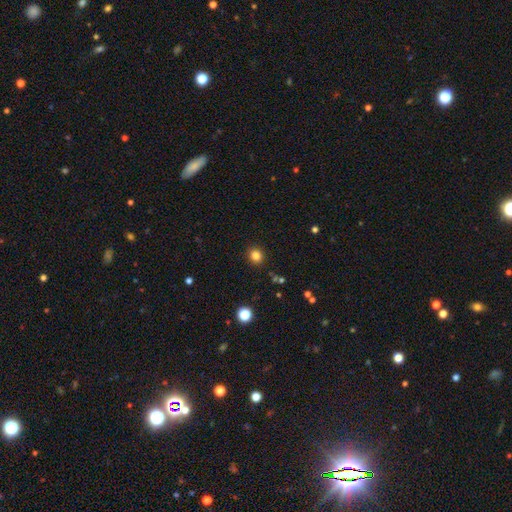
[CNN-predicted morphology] smooth_or_featured: smooth (p=0.83) [alt: star or artifact p=0.13]
how_rounded: round (p=0.84) [alt: in between p=0.15]
merging: none (p=0.89) [alt: minor disturbance p=0.07]